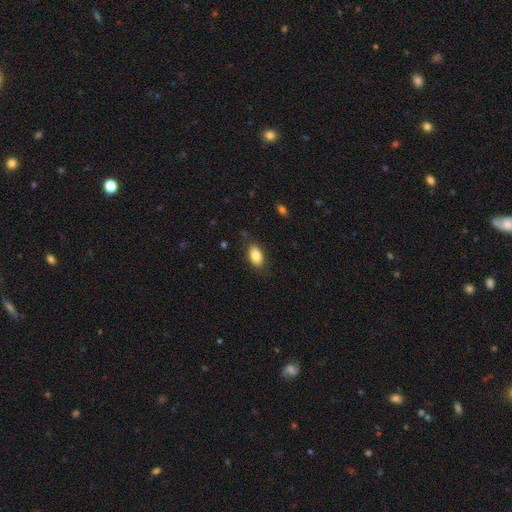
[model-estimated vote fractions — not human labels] The model was most divided on "merging": none: 84%, minor disturbance: 12%, major disturbance: 3%, merger: 1%. More confident: how rounded — in between (91%); smooth or featured — smooth (83%).